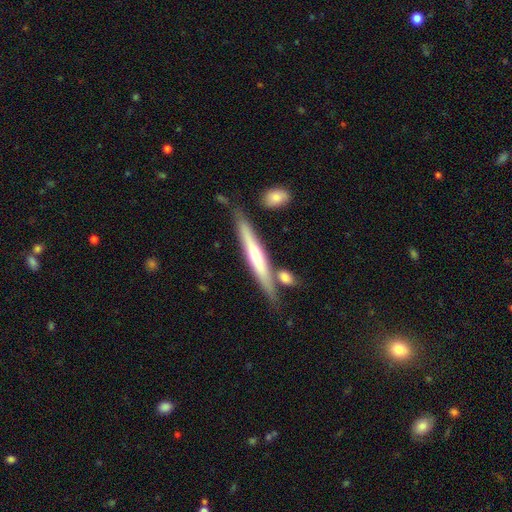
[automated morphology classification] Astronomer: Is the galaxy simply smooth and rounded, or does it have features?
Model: featured or disk — 53% (runner-up: smooth, 41%).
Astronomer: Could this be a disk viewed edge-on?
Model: yes — 93%.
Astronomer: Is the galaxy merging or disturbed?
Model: none — 75%.